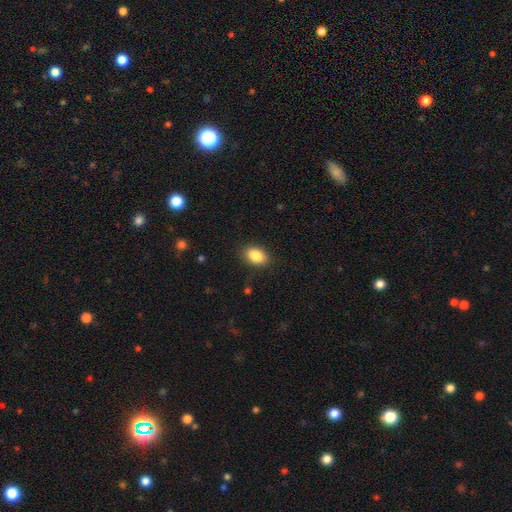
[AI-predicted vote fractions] Morphology: type=smooth (87%); roundness=in between (87%); merging=none (87%).